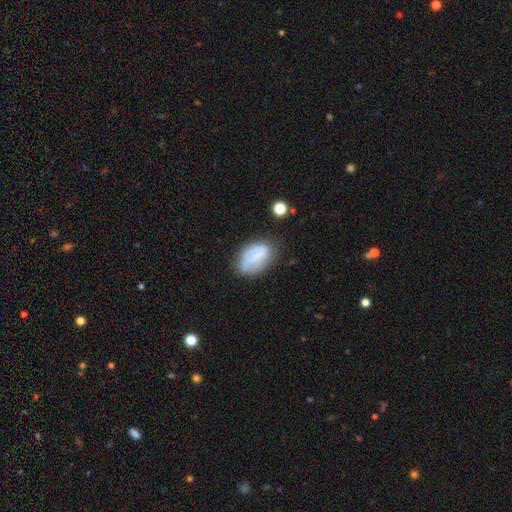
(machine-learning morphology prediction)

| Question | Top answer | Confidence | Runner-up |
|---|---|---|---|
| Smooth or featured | smooth | 56% | featured or disk (35%) |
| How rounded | in between | 89% | round (8%) |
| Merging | none | 61% | minor disturbance (26%) |